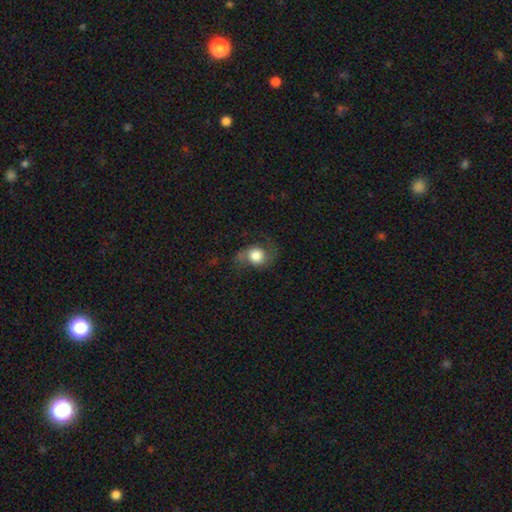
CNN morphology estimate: This appears to be a featured or disk galaxy (46%). Merging: none (60%).